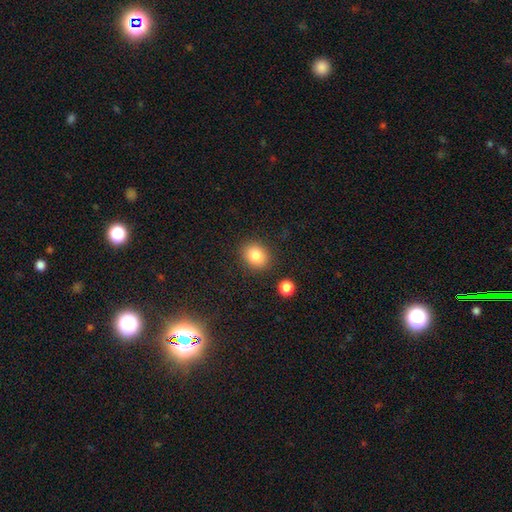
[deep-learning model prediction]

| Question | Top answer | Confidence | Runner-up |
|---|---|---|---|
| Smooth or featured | smooth | 83% | star or artifact (10%) |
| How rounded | round | 56% | in between (43%) |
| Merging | none | 86% | minor disturbance (9%) |